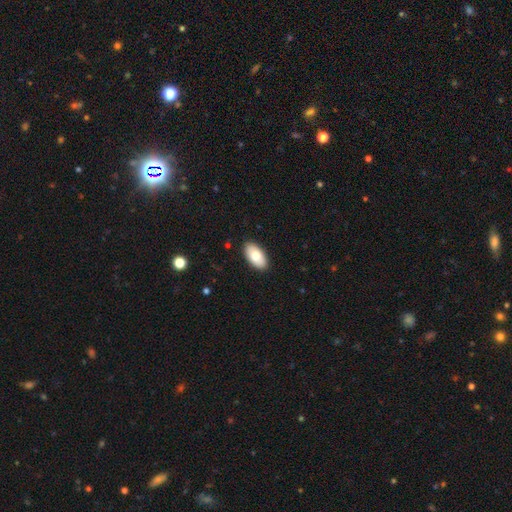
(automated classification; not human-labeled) A smooth galaxy with no disk features (76%) that is in between round and cigar-shaped (95%).

Vote fractions:
- Smooth or featured? smooth: 76% / featured or disk: 18% / star or artifact: 6%
- How rounded? in between: 95% / round: 3% / cigar-shaped: 2%
- Merging? none: 90% / minor disturbance: 8% / major disturbance: 2% / merger: 1%